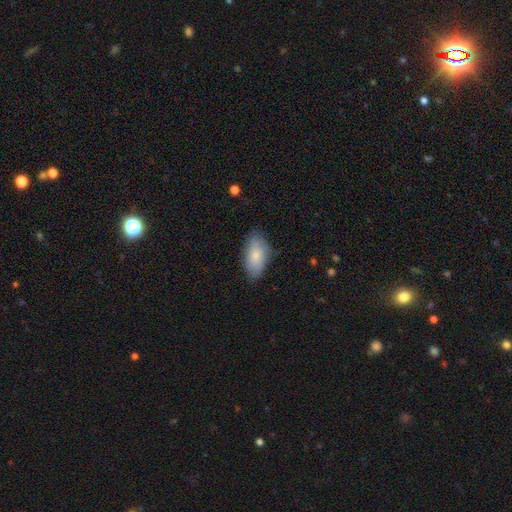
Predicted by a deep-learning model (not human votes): A smooth galaxy with no disk features (78%) that is in between round and cigar-shaped (93%).

Vote fractions:
- Smooth or featured? smooth: 78% / featured or disk: 16% / star or artifact: 6%
- How rounded? in between: 93% / cigar-shaped: 4% / round: 3%
- Merging? none: 76% / minor disturbance: 19% / major disturbance: 4% / merger: 1%